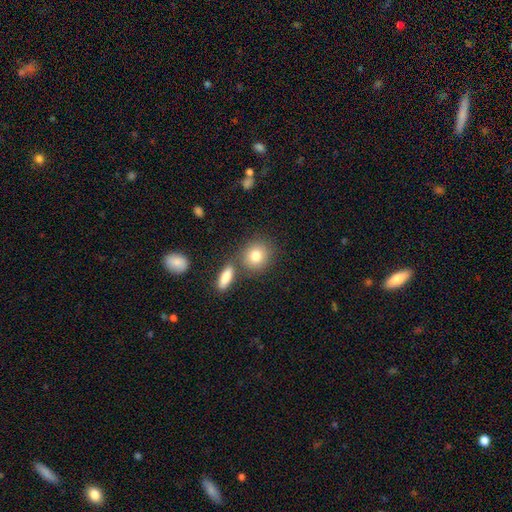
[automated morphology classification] Smooth or featured: smooth — 81% (featured or disk — 10%)
How rounded: round — 74% (in between — 24%)
Merging: none — 69% (merger — 17%)